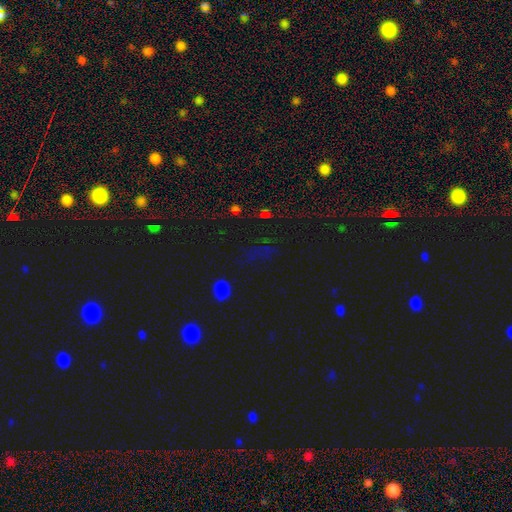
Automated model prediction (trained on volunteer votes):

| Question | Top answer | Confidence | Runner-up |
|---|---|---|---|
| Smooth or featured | star or artifact | 55% | smooth (36%) |